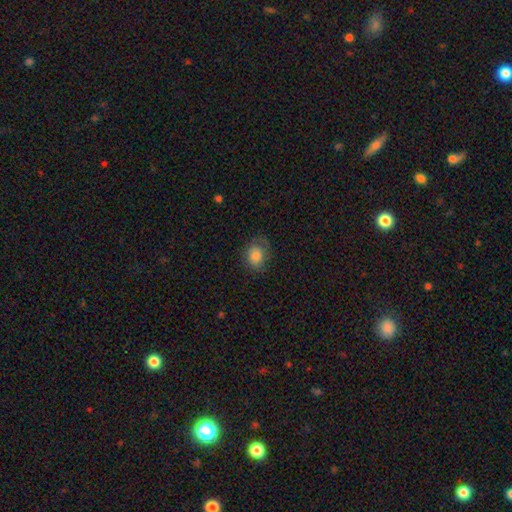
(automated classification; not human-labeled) Smooth or featured? Predicted: smooth (p=0.78). How rounded? Predicted: round (p=0.53). Merging? Predicted: none (p=0.64).